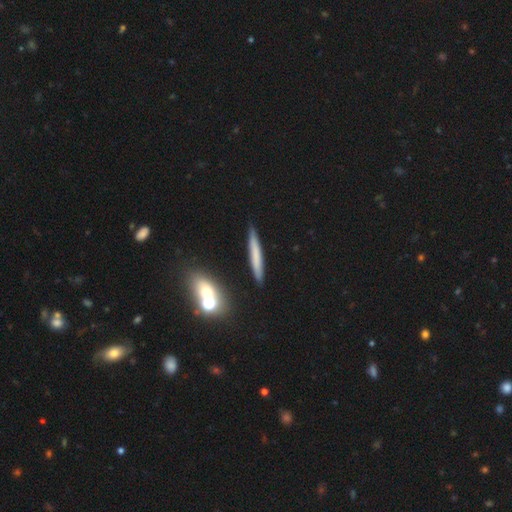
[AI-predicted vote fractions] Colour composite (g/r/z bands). It shows a smooth galaxy with no disk features (59%) that is cigar-shaped (94%). Merging: none (87%).